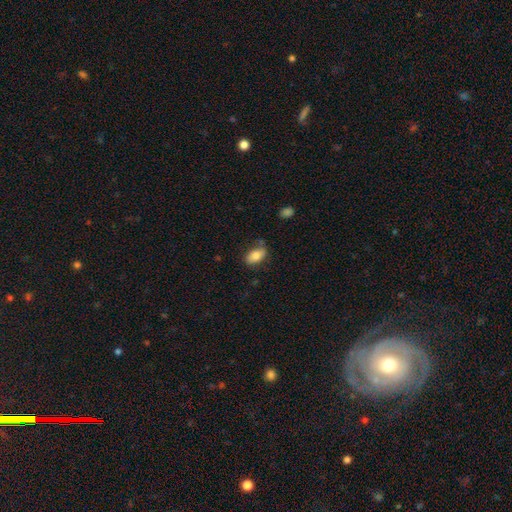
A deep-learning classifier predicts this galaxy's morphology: A smooth galaxy with no disk features (80%) that is in between round and cigar-shaped (90%). Merging: none (70%).